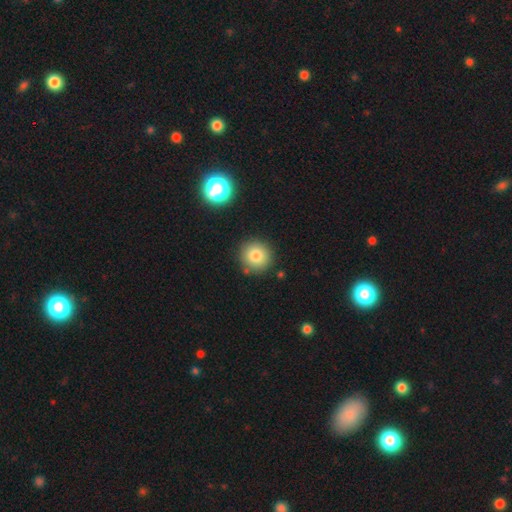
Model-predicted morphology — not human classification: Smooth or featured?
  - smooth: 81% *
  - star or artifact: 11%
  - featured or disk: 8%
How rounded?
  - round: 92% *
  - in between: 7%
  - cigar-shaped: 1%
Merging?
  - none: 86% *
  - minor disturbance: 8%
  - merger: 4%
  - major disturbance: 2%